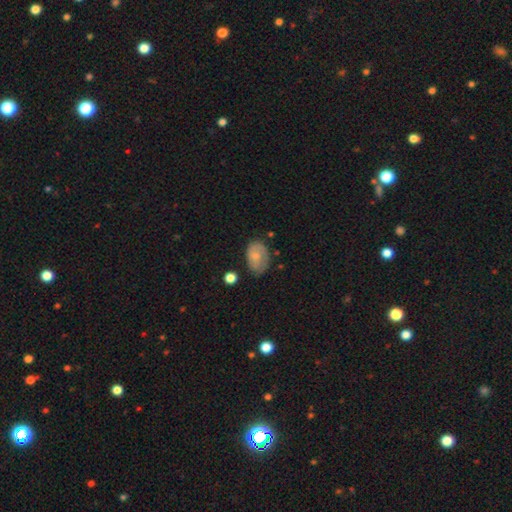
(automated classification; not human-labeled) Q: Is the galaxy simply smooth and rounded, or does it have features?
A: smooth — 51%.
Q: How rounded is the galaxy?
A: in between — 82%.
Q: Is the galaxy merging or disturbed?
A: none — 56%.